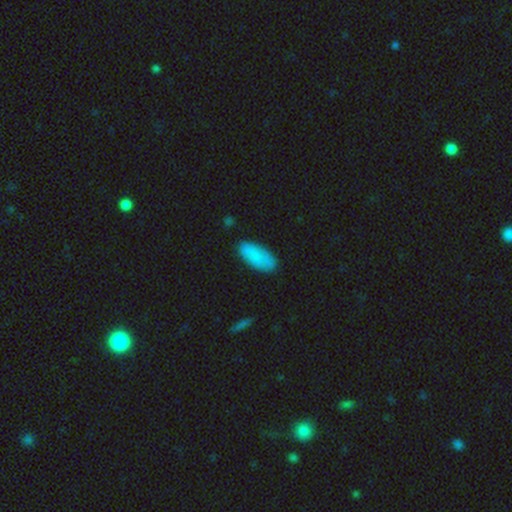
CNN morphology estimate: Smooth or featured? Predicted: smooth (p=0.79). How rounded? Predicted: in between (p=0.89). Merging? Predicted: none (p=0.82).